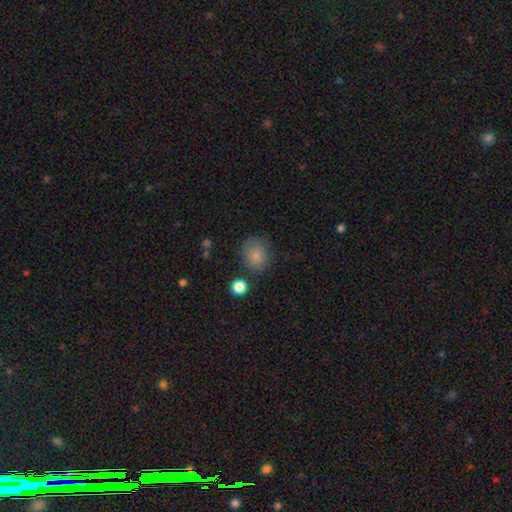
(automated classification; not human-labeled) Smooth or featured? smooth (83%)
How rounded? round (64%)
Merging? none (74%)